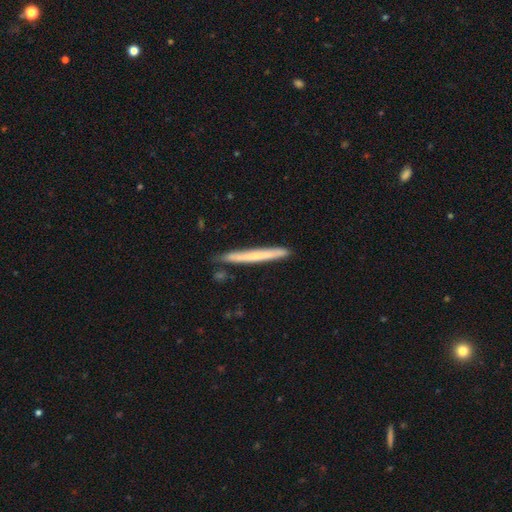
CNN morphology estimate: smooth 57%, featured or disk 37%, star or artifact 6%. Down the decision tree: how rounded — cigar-shaped (97%); merging — none (83%).